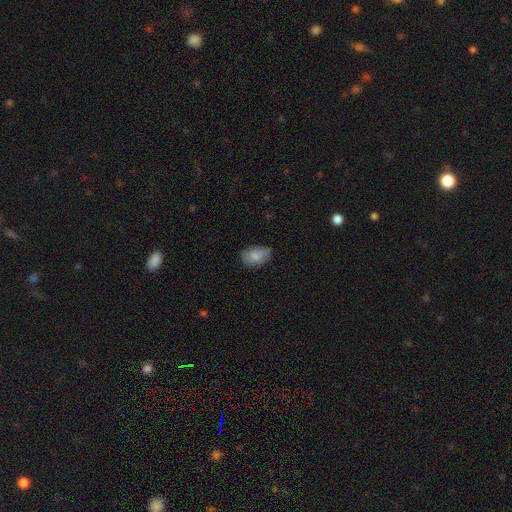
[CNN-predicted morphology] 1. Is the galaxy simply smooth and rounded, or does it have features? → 80% smooth, 12% featured or disk, 8% star or artifact.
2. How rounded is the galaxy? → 90% in between, 9% round, 1% cigar-shaped.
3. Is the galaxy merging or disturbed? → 65% none, 27% minor disturbance, 6% major disturbance, 2% merger.